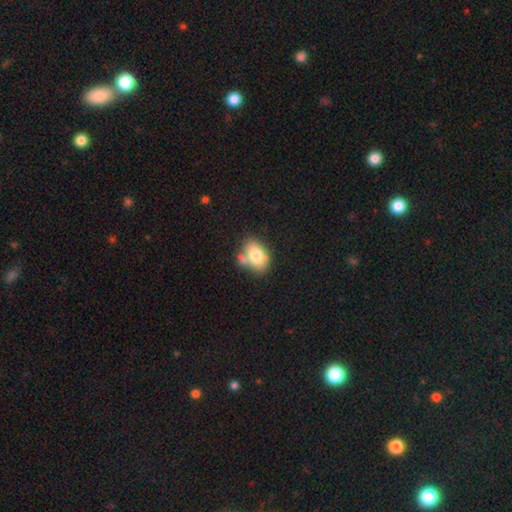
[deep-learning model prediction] Morphology: type=smooth (74%); roundness=in between (81%); merging=none (52%).